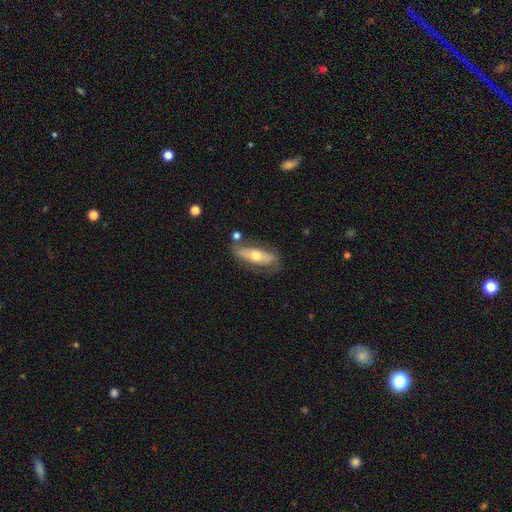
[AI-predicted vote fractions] smooth-or-featured: featured or disk: 51% | smooth: 43% | star or artifact: 6%
  disk-edge-on: no: 51% | yes: 49%
  merging: none: 66% | minor disturbance: 21% | major disturbance: 8% | merger: 6%